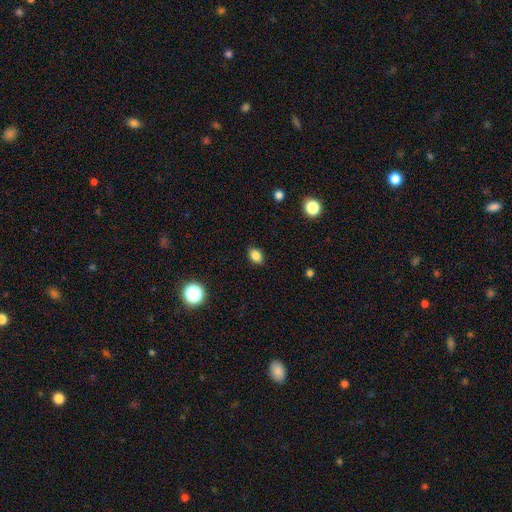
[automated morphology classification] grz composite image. It shows a smooth galaxy with no disk features (84%) that is in between round and cigar-shaped (72%). Merging: none (87%).